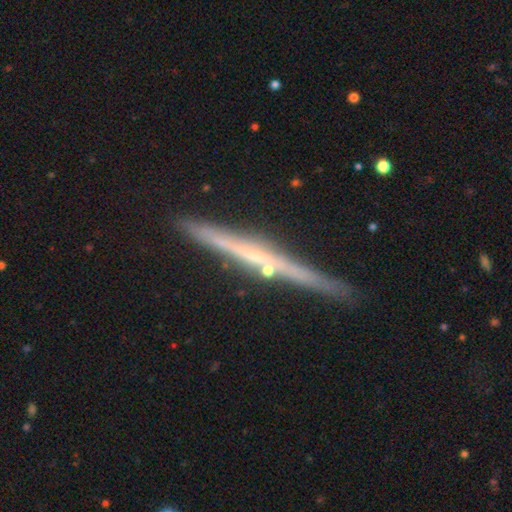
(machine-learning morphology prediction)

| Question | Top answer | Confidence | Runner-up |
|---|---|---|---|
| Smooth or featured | featured or disk | 75% | smooth (18%) |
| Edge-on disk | yes | 98% | no (2%) |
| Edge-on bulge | none | 59% | rounded (33%) |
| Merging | none | 86% | minor disturbance (9%) |